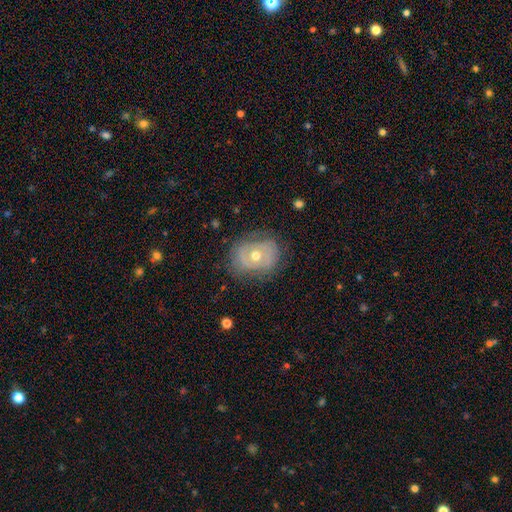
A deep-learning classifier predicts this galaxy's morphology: Overall: featured or disk (66%; smooth 27%). Edge-on disk: no (95%). Bar: no (75%). Spiral arms: yes (52%; no 48%). Bulge size: moderate (70%). Merging: none (71%).